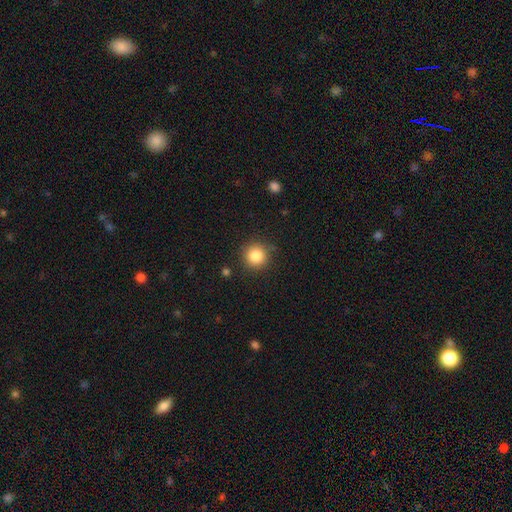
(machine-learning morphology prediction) type=smooth (84%); roundness=round (94%); merging=none (87%).